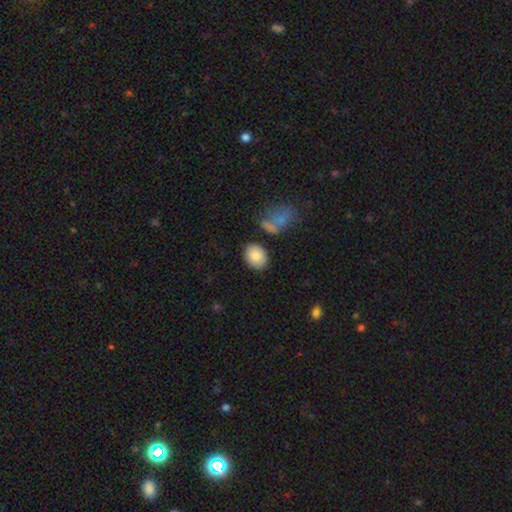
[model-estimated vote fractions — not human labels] Smooth or featured? Predicted: smooth (p=0.87). How rounded? Predicted: in between (p=0.68). Merging? Predicted: none (p=0.79).